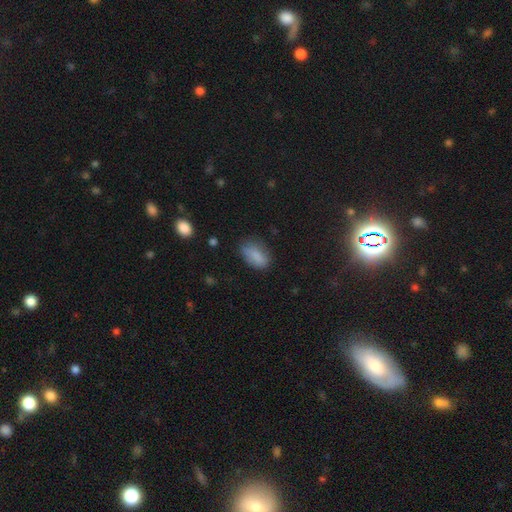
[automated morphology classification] This is clearly a smooth galaxy (81%). How rounded: clearly in between (89%). Merging: likely none (64%).